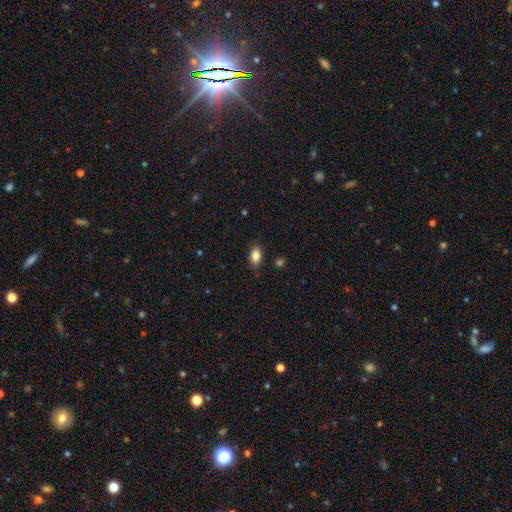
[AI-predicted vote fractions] This is clearly a smooth galaxy (85%). How rounded: clearly in between (86%). Merging: clearly none (84%).